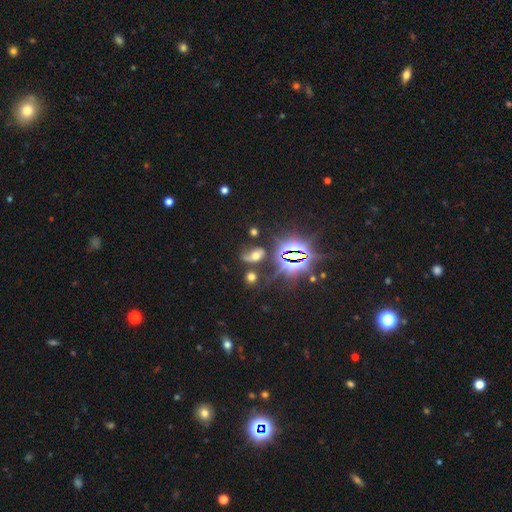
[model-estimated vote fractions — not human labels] Smooth or featured?
  - star or artifact: 39% *
  - smooth: 31%
  - featured or disk: 30%